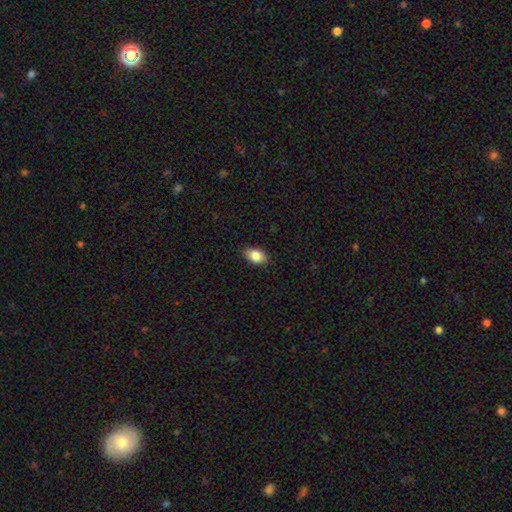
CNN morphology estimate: The model was most divided on "smooth or featured": smooth: 85%, featured or disk: 8%, star or artifact: 8%. More confident: how rounded — in between (89%); merging — none (88%).